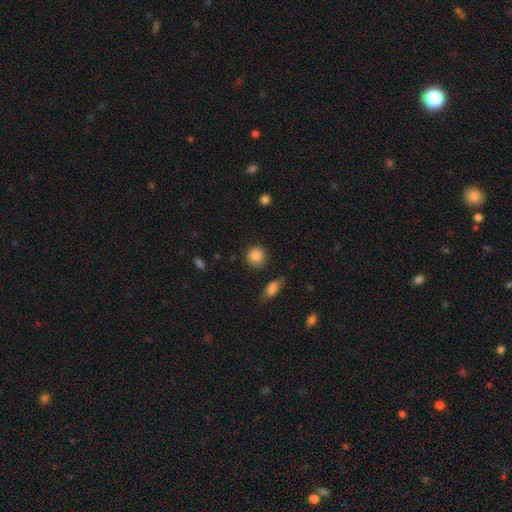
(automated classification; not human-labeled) Smooth or featured? Predicted: smooth (p=0.85). How rounded? Predicted: round (p=0.90). Merging? Predicted: none (p=0.87).